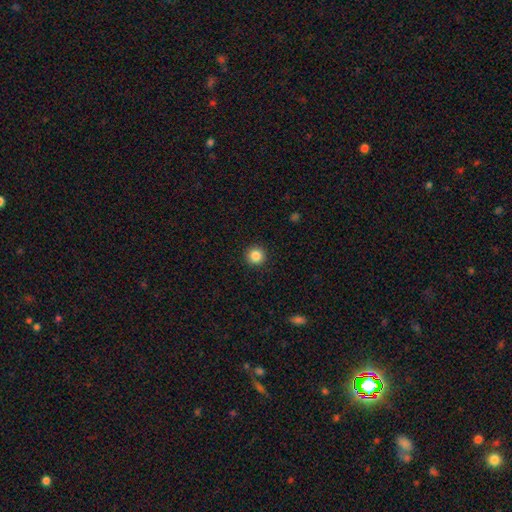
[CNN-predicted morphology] The model was most divided on "smooth or featured": smooth: 86%, star or artifact: 10%, featured or disk: 4%. More confident: how rounded — round (95%); merging — none (93%).